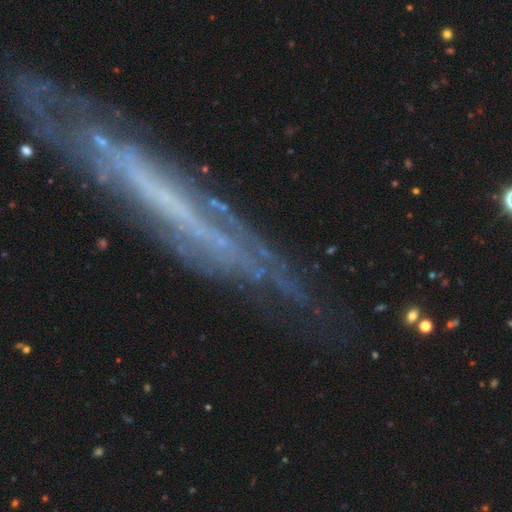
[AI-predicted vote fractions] This is likely a featured or disk galaxy (72%). It is likely viewed edge-on (67%). Merging: likely none (66%).